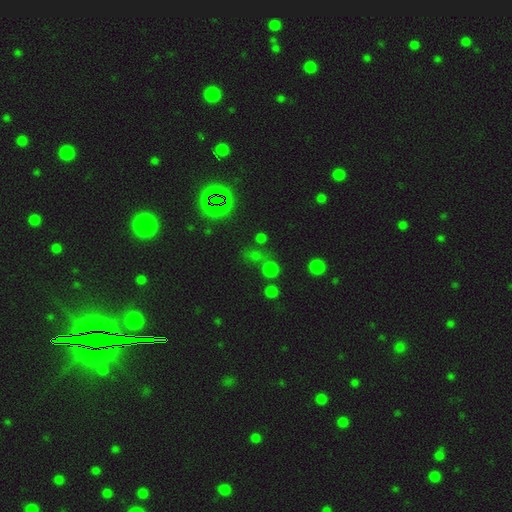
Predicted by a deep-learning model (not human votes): Morphology: type=star or artifact (50%).